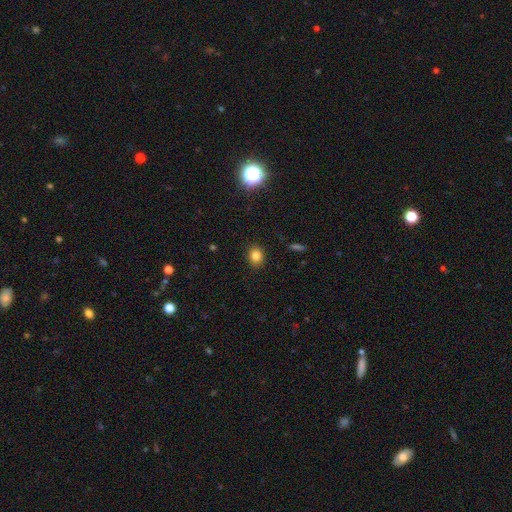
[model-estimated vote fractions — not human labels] This appears to be a smooth galaxy with no disk features (82%) that is round (56%). Merging: none (88%).